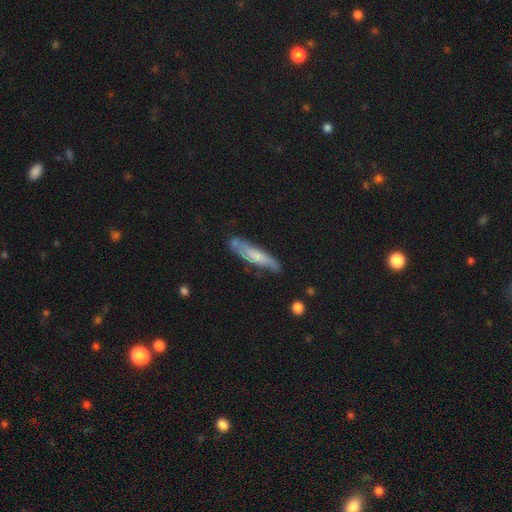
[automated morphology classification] Smooth or featured? smooth (49%)
Merging? none (68%)